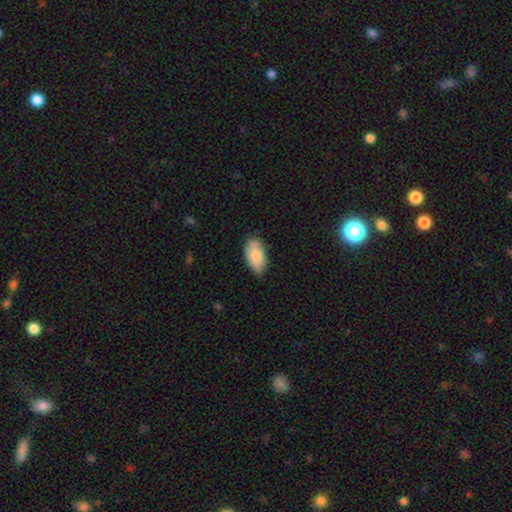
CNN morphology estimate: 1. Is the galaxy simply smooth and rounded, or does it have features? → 80% smooth, 14% featured or disk, 6% star or artifact.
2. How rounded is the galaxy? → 94% in between, 3% round, 3% cigar-shaped.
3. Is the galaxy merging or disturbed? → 77% none, 19% minor disturbance, 3% major disturbance, 1% merger.